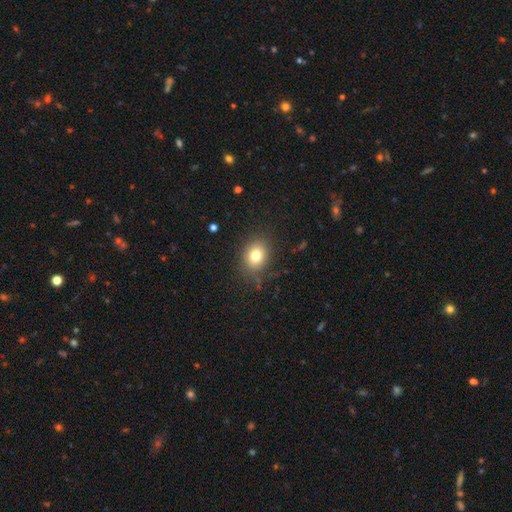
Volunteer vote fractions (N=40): A smooth galaxy with no disk features (70%) that is in between round and cigar-shaped (57%). Merging: none (91%).